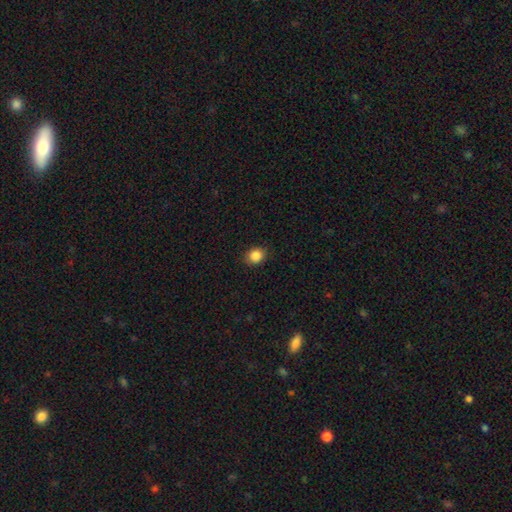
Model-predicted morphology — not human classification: A smooth galaxy with no disk features (87%) that is round (67%).

Vote fractions:
- Smooth or featured? smooth: 87% / star or artifact: 10% / featured or disk: 3%
- How rounded? round: 67% / in between: 32% / cigar-shaped: 1%
- Merging? none: 87% / minor disturbance: 9% / major disturbance: 2% / merger: 1%